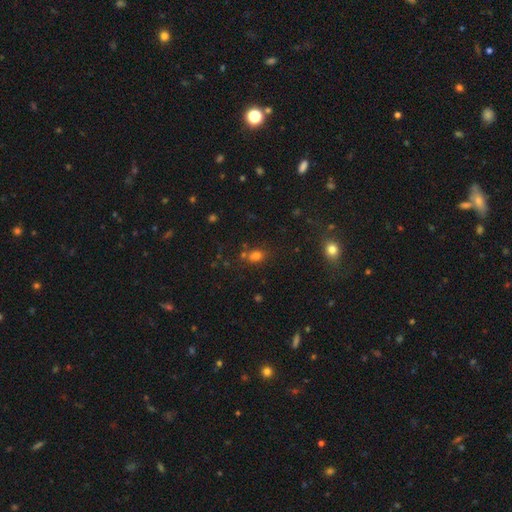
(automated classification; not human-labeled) A smooth galaxy with no disk features (69%) that is round (50%).

Vote fractions:
- Smooth or featured? smooth: 69% / star or artifact: 22% / featured or disk: 9%
- How rounded? round: 50% / in between: 48% / cigar-shaped: 2%
- Merging? none: 61% / merger: 21% / minor disturbance: 14% / major disturbance: 5%